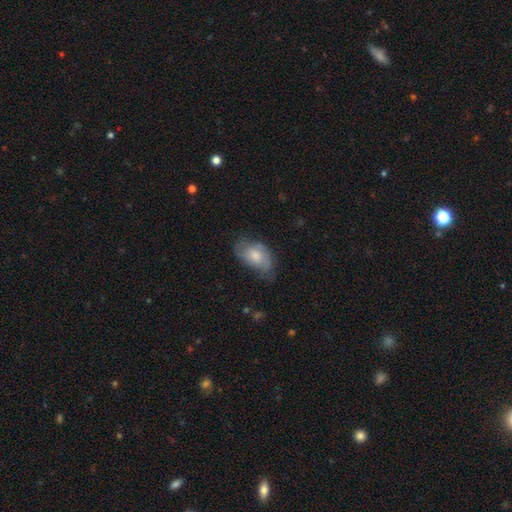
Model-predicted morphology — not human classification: A smooth galaxy with no disk features (57%) that is in between round and cigar-shaped (91%).

Vote fractions:
- Smooth or featured? smooth: 57% / featured or disk: 36% / star or artifact: 7%
- How rounded? in between: 91% / round: 7% / cigar-shaped: 2%
- Merging? none: 50% / minor disturbance: 35% / major disturbance: 14% / merger: 2%